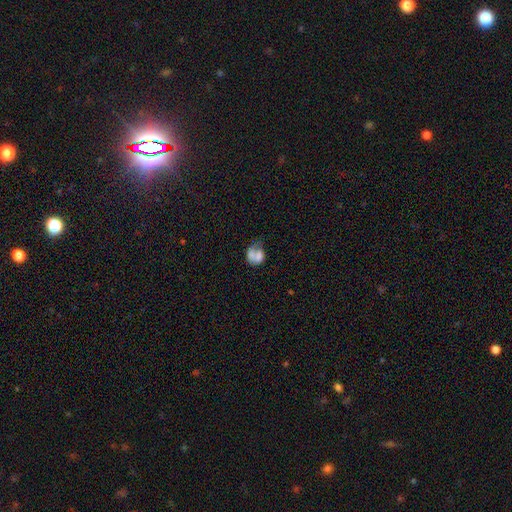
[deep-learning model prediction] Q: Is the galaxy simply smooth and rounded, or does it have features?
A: smooth — 56%.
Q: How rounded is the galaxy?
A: in between — 62%.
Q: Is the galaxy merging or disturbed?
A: merger — 38%.